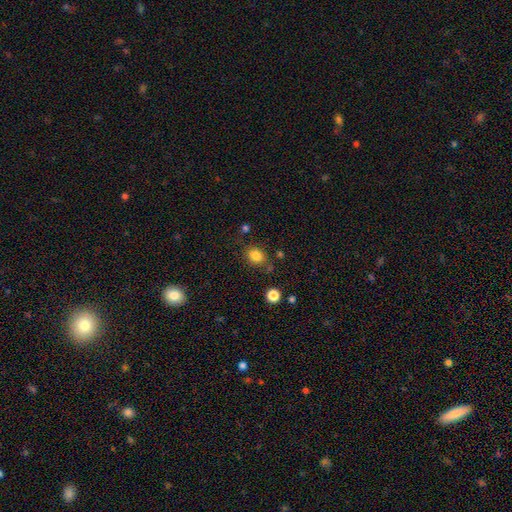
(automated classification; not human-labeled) Q: Smooth or featured?
A: smooth (83%); runner-up: star or artifact (11%)
Q: How rounded?
A: round (59%); runner-up: in between (40%)
Q: Merging?
A: none (77%); runner-up: minor disturbance (13%)